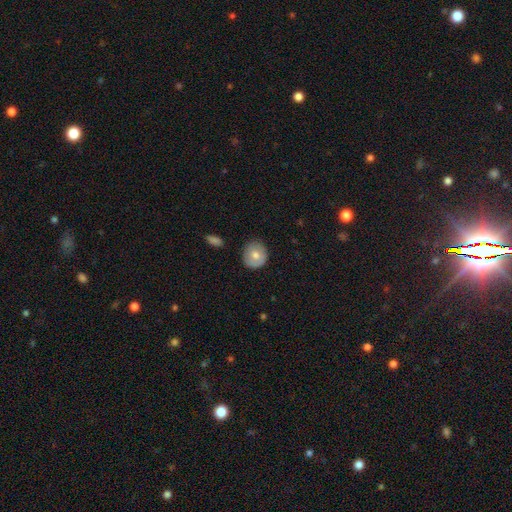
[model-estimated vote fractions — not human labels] smooth_or_featured: smooth (p=0.70) [alt: featured or disk p=0.23]
how_rounded: round (p=0.86) [alt: in between p=0.13]
merging: none (p=0.80) [alt: minor disturbance p=0.15]